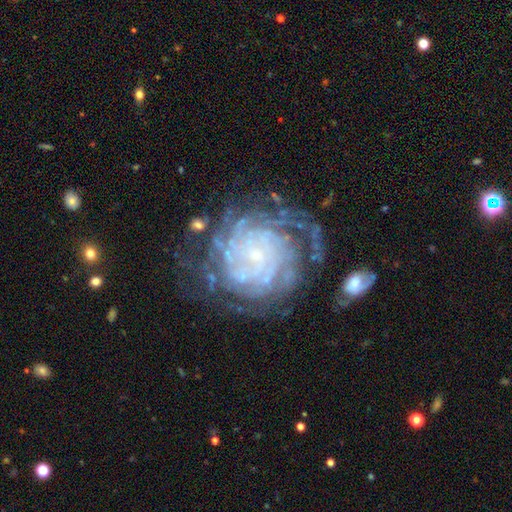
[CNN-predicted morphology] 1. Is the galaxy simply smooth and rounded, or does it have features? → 85% featured or disk, 8% star or artifact, 7% smooth.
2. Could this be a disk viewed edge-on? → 98% no, 2% yes.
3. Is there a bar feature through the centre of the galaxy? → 73% no, 21% weak, 6% strong.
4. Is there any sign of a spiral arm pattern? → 95% yes, 5% no.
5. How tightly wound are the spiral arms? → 79% tight, 17% medium, 5% loose.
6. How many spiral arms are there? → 32% can't tell, 22% more than 4, 19% 4, 10% 3, 9% 2, 7% 1.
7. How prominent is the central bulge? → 80% small, 9% none, 8% moderate, 2% large, 1% dominant.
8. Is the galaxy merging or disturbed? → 64% none, 19% minor disturbance, 13% major disturbance, 4% merger.